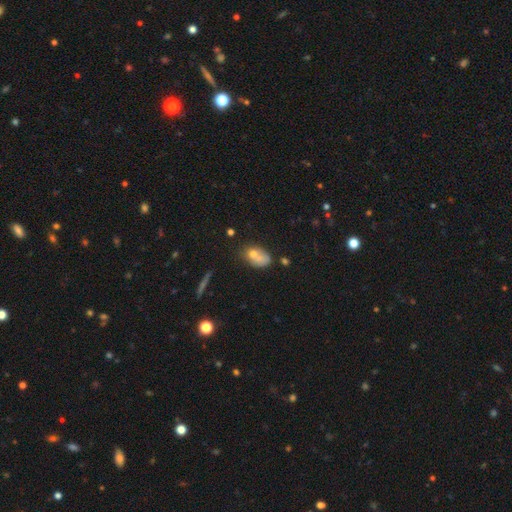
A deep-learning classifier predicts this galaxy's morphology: Smooth or featured: smooth — 68% (featured or disk — 21%)
How rounded: in between — 77% (round — 21%)
Merging: none — 36% (merger — 32%)